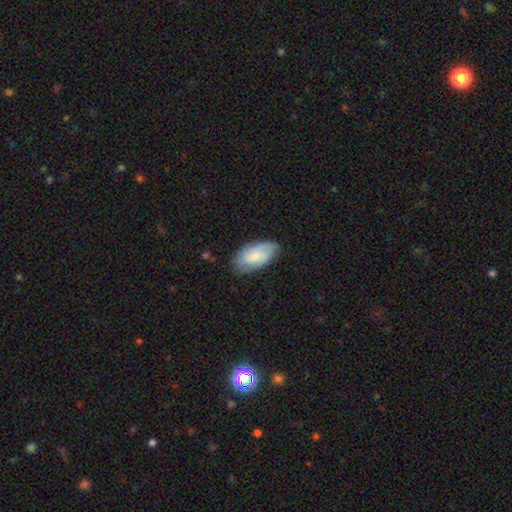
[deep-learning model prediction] This is possibly a smooth galaxy (54%). How rounded: clearly in between (93%). Merging: likely none (72%).